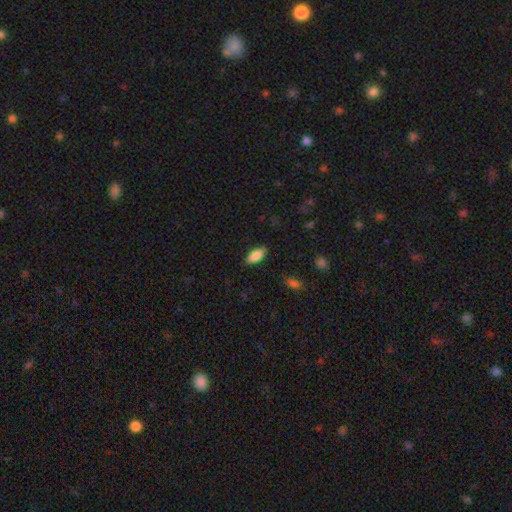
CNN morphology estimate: This is clearly a smooth galaxy (81%). How rounded: clearly in between (82%). Merging: clearly none (86%).